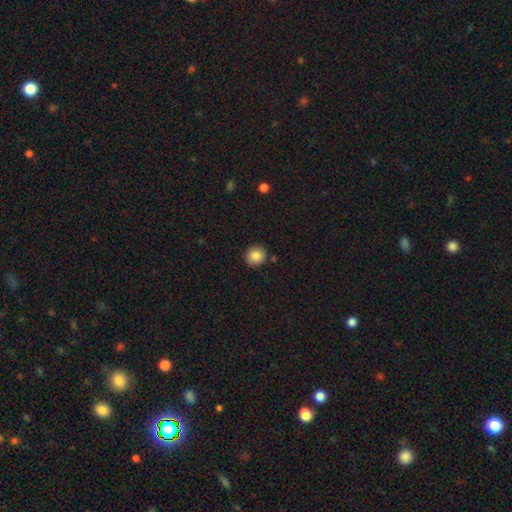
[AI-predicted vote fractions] This is clearly a smooth galaxy (85%). How rounded: clearly round (89%). Merging: clearly none (88%).